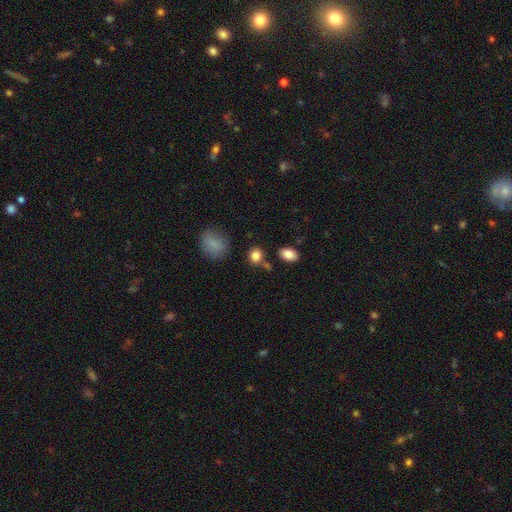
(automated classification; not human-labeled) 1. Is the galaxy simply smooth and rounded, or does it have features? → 84% smooth, 10% star or artifact, 5% featured or disk.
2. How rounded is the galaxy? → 71% round, 28% in between, 1% cigar-shaped.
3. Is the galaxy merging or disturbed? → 71% none, 14% merger, 11% minor disturbance, 4% major disturbance.